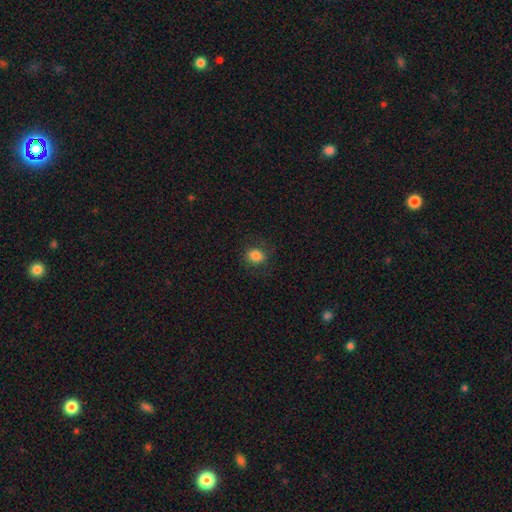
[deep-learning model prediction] smooth 82%, star or artifact 11%, featured or disk 7%. Down the decision tree: how rounded — round (63%); merging — none (80%).